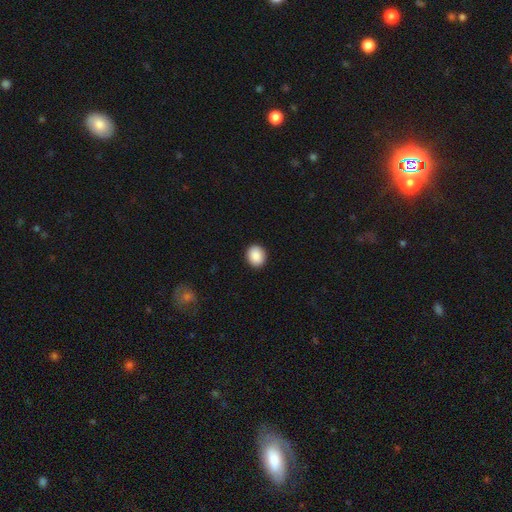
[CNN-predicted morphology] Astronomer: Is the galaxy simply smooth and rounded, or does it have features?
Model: smooth — 90%.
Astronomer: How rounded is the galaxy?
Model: round — 64%.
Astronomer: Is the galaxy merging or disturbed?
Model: none — 91%.